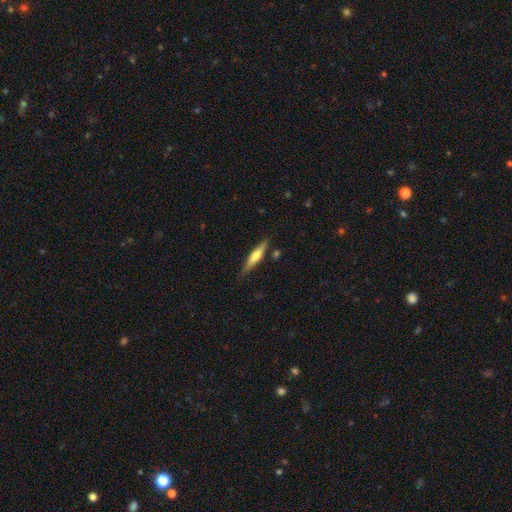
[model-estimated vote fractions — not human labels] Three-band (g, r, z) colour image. It shows a featured or disk galaxy (48%). Merging: none (81%).